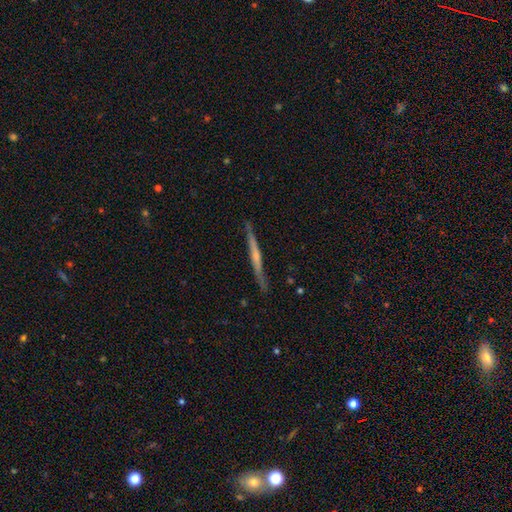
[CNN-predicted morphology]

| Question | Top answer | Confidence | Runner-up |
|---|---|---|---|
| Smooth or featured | featured or disk | 65% | smooth (30%) |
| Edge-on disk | yes | 97% | no (3%) |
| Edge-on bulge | none | 52% | rounded (39%) |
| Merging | none | 87% | minor disturbance (10%) |